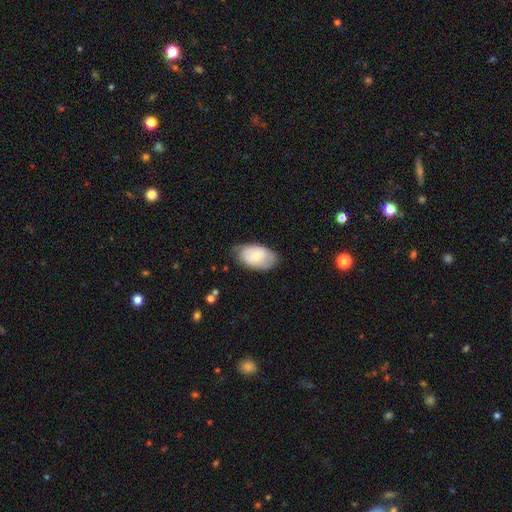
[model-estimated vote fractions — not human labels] A smooth galaxy with no disk features (60%) that is in between round and cigar-shaped (92%).

Vote fractions:
- Smooth or featured? smooth: 60% / featured or disk: 34% / star or artifact: 6%
- How rounded? in between: 92% / round: 6% / cigar-shaped: 1%
- Merging? none: 66% / minor disturbance: 27% / major disturbance: 6% / merger: 1%